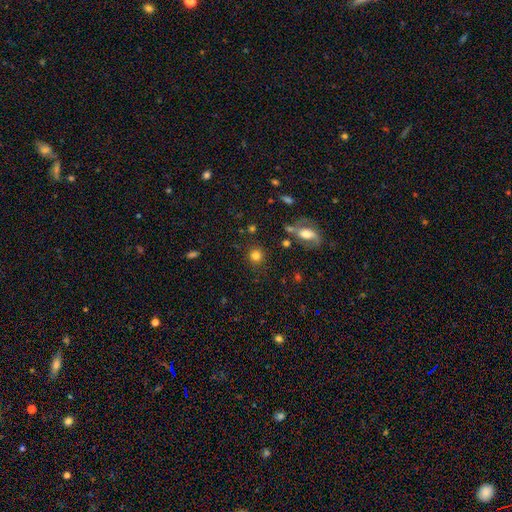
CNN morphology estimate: Smooth or featured: smooth — 80% (star or artifact — 13%)
How rounded: round — 90% (in between — 9%)
Merging: none — 83% (minor disturbance — 9%)